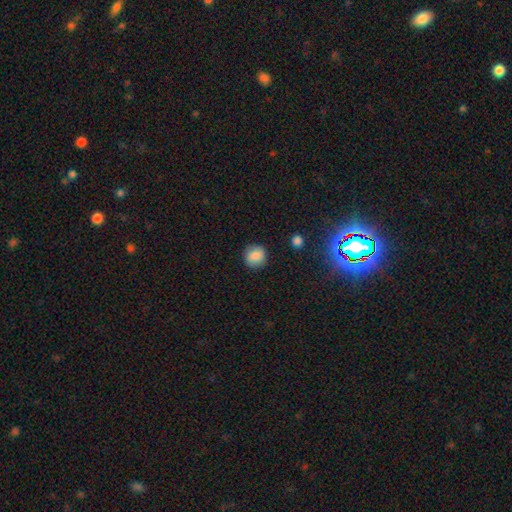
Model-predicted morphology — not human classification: This is clearly a smooth galaxy (85%). How rounded: clearly round (90%). Merging: clearly none (87%).